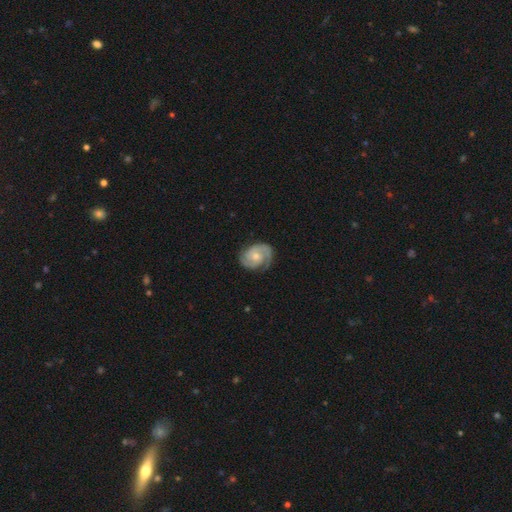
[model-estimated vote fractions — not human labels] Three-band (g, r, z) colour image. It shows a featured or disk galaxy (86%) with no bar (69%), 2 (67%) tight (57%) spiral arms (97%) and a moderate central bulge (48%). Merging: none (76%).